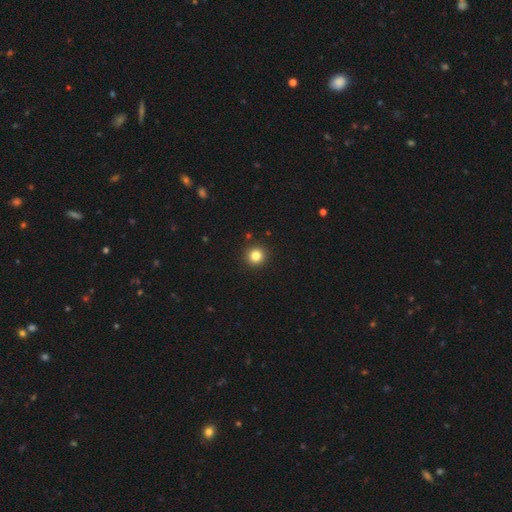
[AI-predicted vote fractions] smooth_or_featured: smooth (p=0.84) [alt: star or artifact p=0.12]
how_rounded: round (p=0.95) [alt: in between p=0.04]
merging: none (p=0.92) [alt: minor disturbance p=0.05]